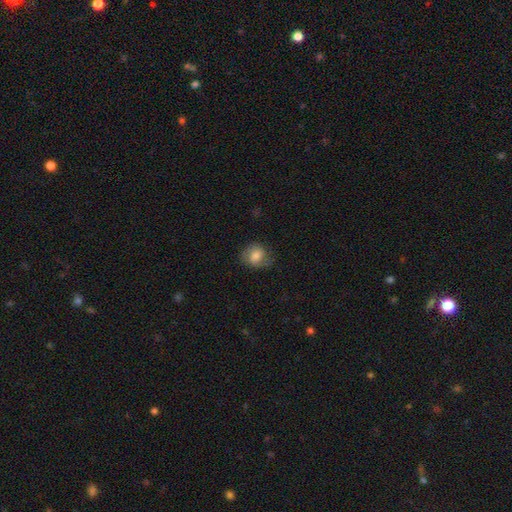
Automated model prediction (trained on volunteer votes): Smooth or featured? Predicted: smooth (p=0.70). How rounded? Predicted: round (p=0.66). Merging? Predicted: none (p=0.63).